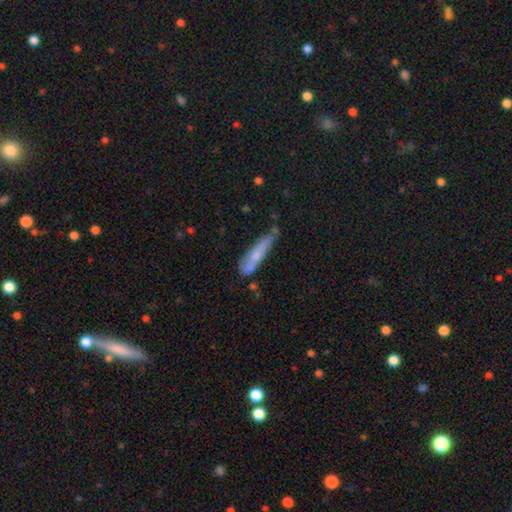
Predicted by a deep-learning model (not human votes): smooth-or-featured: smooth: 61% | featured or disk: 32% | star or artifact: 7%
  how-rounded: cigar-shaped: 83% | in between: 15% | round: 2%
  merging: none: 47% | minor disturbance: 28% | merger: 14% | major disturbance: 11%